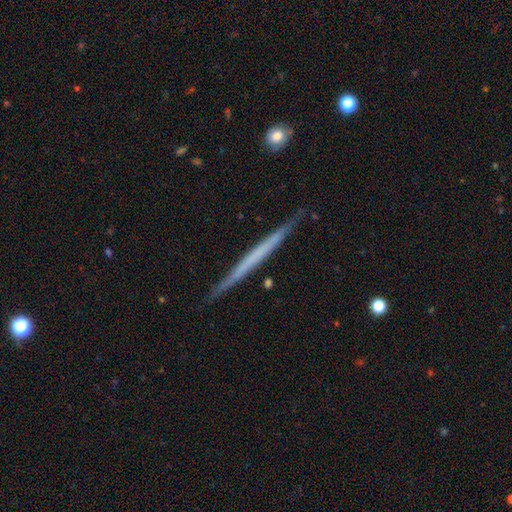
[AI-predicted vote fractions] Smooth or featured: featured or disk — 58% (smooth — 36%)
Edge-on disk: yes — 97% (no — 3%)
Edge-on bulge: none — 92% (rounded — 4%)
Merging: none — 89% (minor disturbance — 8%)